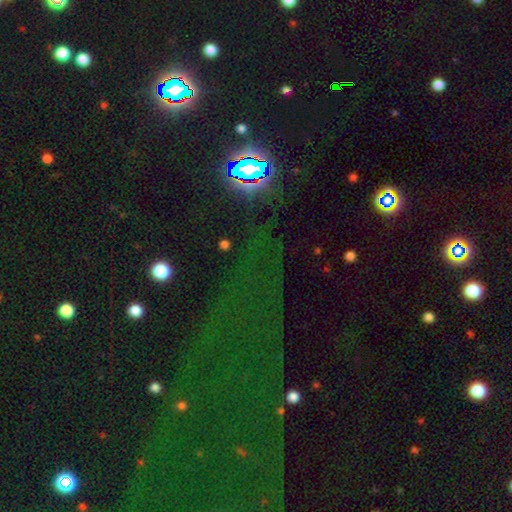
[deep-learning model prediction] Smooth or featured?
  - star or artifact: 75% *
  - smooth: 15%
  - featured or disk: 10%